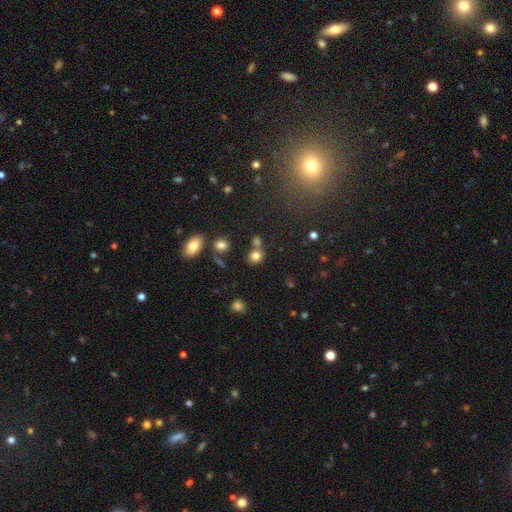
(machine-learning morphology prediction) Smooth or featured: smooth — 79% (star or artifact — 13%)
How rounded: round — 73% (in between — 26%)
Merging: none — 59% (merger — 27%)